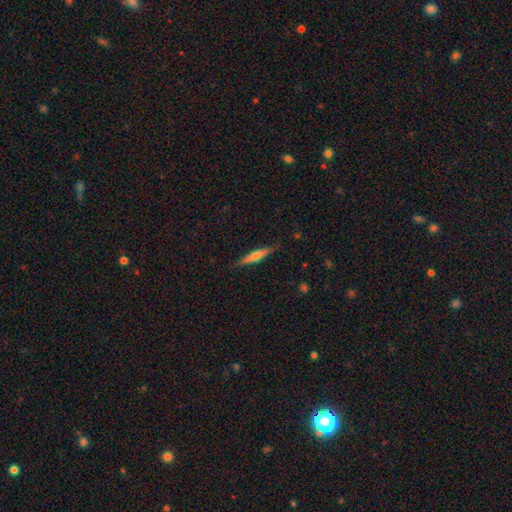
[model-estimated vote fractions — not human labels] Morphology: type=smooth (48%); merging=none (87%).